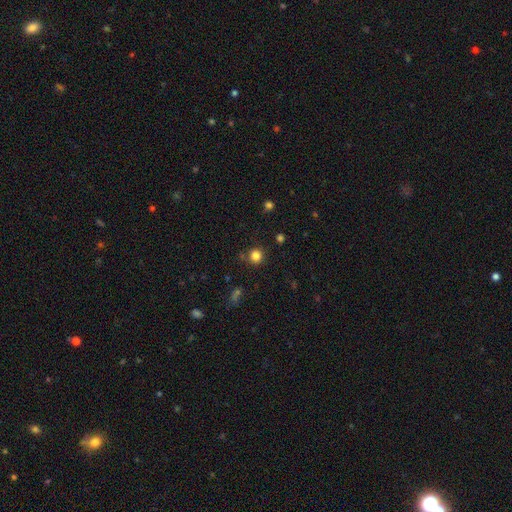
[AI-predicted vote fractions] Smooth or featured? smooth (82%)
How rounded? round (92%)
Merging? none (83%)